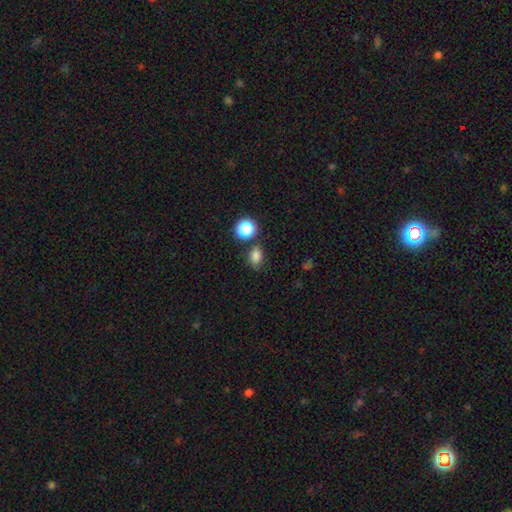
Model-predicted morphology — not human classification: This is likely a smooth galaxy (78%). How rounded: likely in between (63%). Merging: likely none (71%).